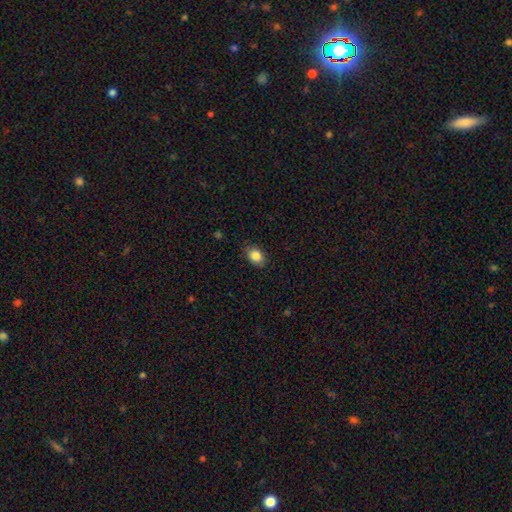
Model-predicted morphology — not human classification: type=smooth (86%); roundness=in between (79%); merging=none (85%).